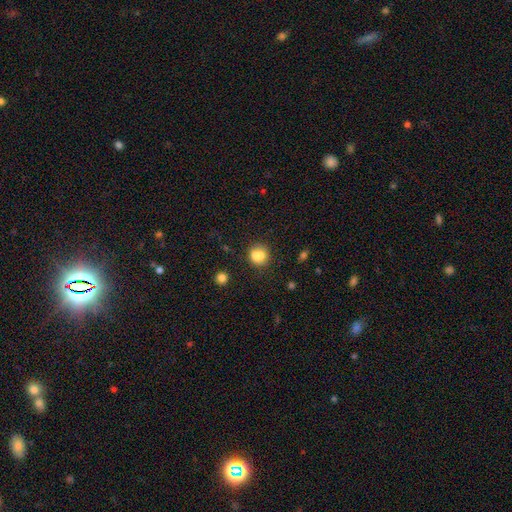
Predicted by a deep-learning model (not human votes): smooth 76%, featured or disk 13%, star or artifact 11%. Down the decision tree: how rounded — round (75%); merging — none (48%).